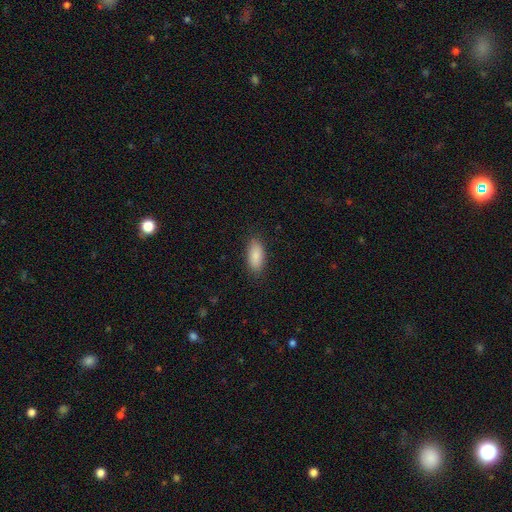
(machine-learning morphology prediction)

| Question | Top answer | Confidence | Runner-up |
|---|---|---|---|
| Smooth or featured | smooth | 88% | star or artifact (6%) |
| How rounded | in between | 86% | cigar-shaped (12%) |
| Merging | none | 87% | minor disturbance (10%) |